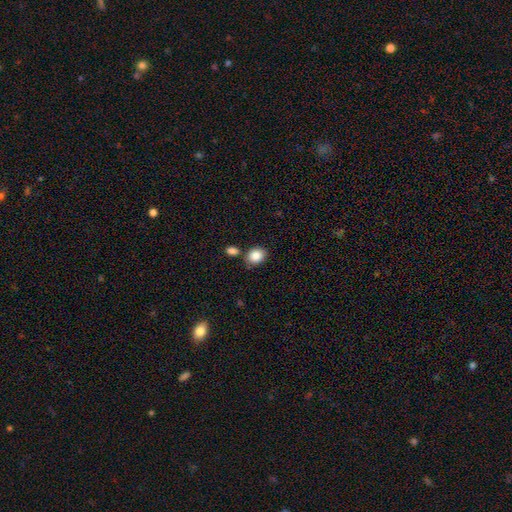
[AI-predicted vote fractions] Q: Smooth or featured?
A: smooth (86%); runner-up: star or artifact (8%)
Q: How rounded?
A: round (50%); runner-up: in between (49%)
Q: Merging?
A: none (70%); runner-up: minor disturbance (13%)